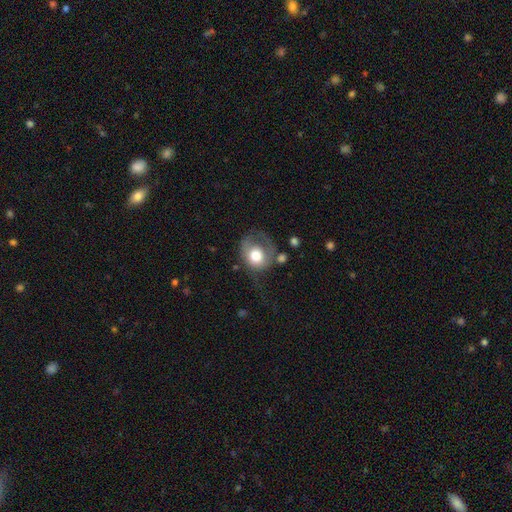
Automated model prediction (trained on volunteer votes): A smooth galaxy with no disk features (61%) that is round (65%). Merging: major disturbance (36%).